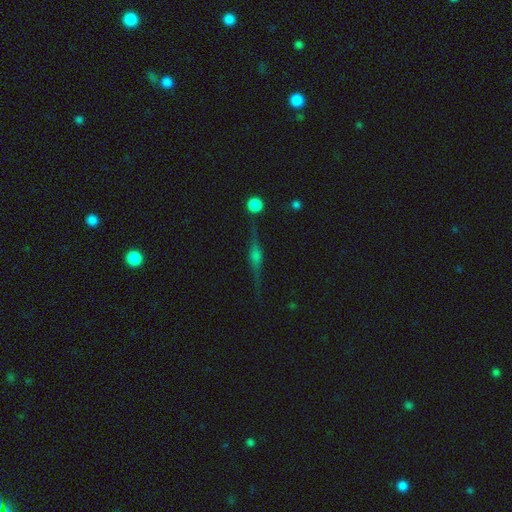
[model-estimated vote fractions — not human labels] Smooth or featured? featured or disk (69%)
Edge-on disk? yes (95%)
Edge-on bulge? rounded (77%)
Merging? none (80%)